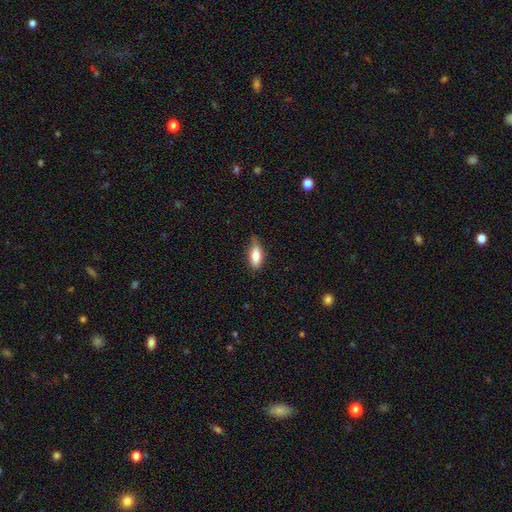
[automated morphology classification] The model was most divided on "merging": none: 68%, minor disturbance: 26%, major disturbance: 4%, merger: 1%. More confident: smooth or featured — smooth (81%); how rounded — in between (79%).